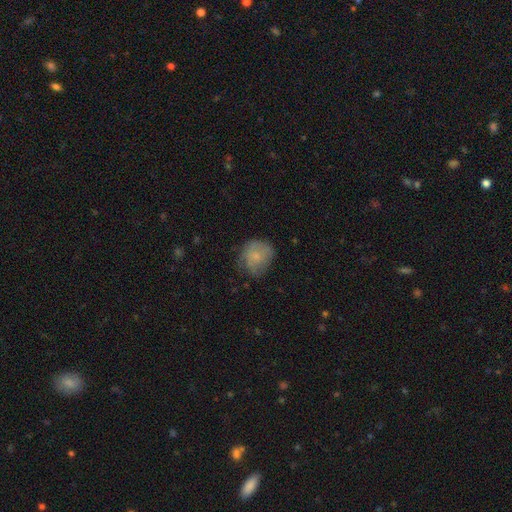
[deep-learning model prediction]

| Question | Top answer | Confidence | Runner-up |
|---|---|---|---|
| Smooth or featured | smooth | 66% | featured or disk (26%) |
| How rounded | round | 76% | in between (23%) |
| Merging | none | 55% | minor disturbance (31%) |